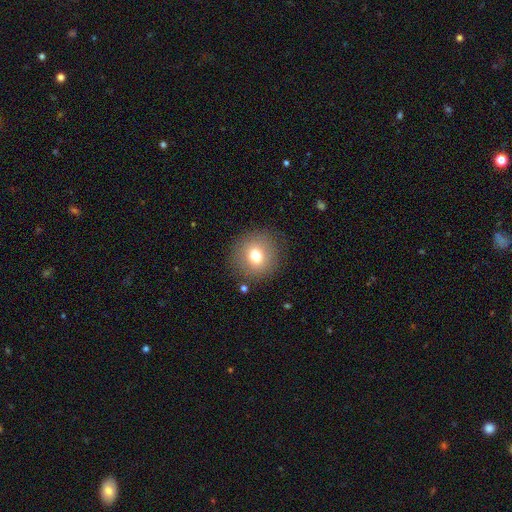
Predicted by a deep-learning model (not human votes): Smooth or featured? Predicted: smooth (p=0.75). How rounded? Predicted: round (p=0.90). Merging? Predicted: none (p=0.86).